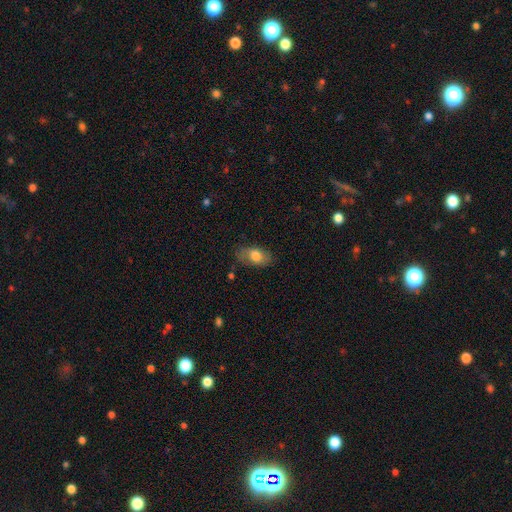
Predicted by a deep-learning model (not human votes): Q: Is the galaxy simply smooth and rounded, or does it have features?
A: smooth — 72%.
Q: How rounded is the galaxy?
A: in between — 90%.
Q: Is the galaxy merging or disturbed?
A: none — 73%.